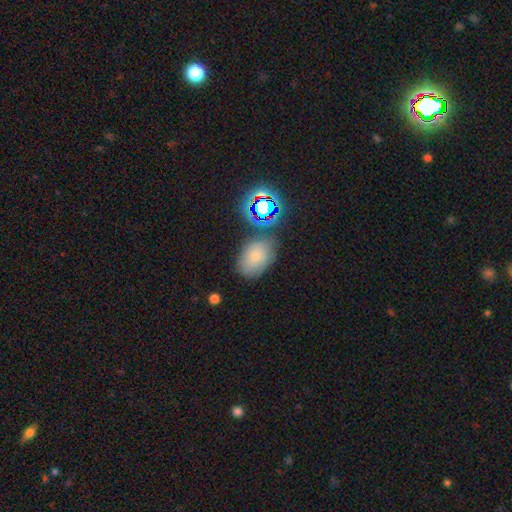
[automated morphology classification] smooth 65%, star or artifact 19%, featured or disk 16%. Down the decision tree: how rounded — in between (81%); merging — none (70%).